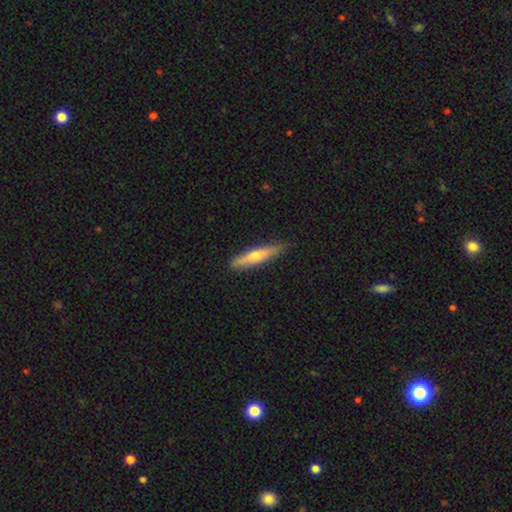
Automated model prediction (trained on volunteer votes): Smooth or featured: smooth — 53% (featured or disk — 41%)
How rounded: cigar-shaped — 88% (in between — 10%)
Merging: none — 87% (minor disturbance — 10%)